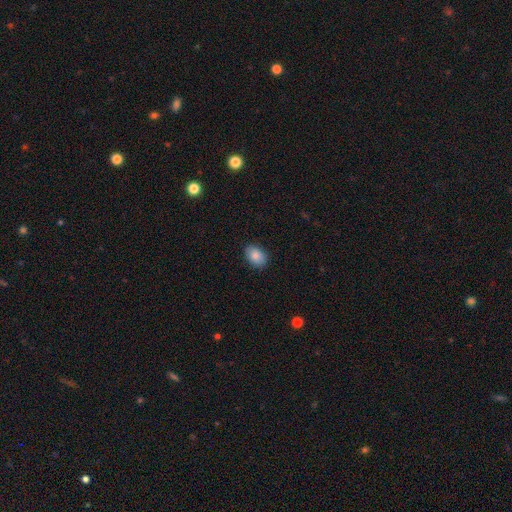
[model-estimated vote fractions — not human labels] Q: Smooth or featured?
A: smooth (87%); runner-up: star or artifact (8%)
Q: How rounded?
A: in between (82%); runner-up: round (17%)
Q: Merging?
A: none (88%); runner-up: minor disturbance (9%)